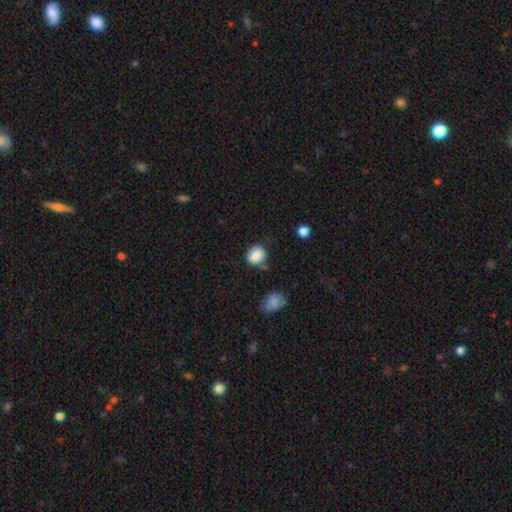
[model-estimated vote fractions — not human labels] smooth-or-featured: smooth: 85% | star or artifact: 9% | featured or disk: 7%
  how-rounded: round: 72% | in between: 27% | cigar-shaped: 1%
  merging: none: 70% | minor disturbance: 19% | merger: 6% | major disturbance: 5%